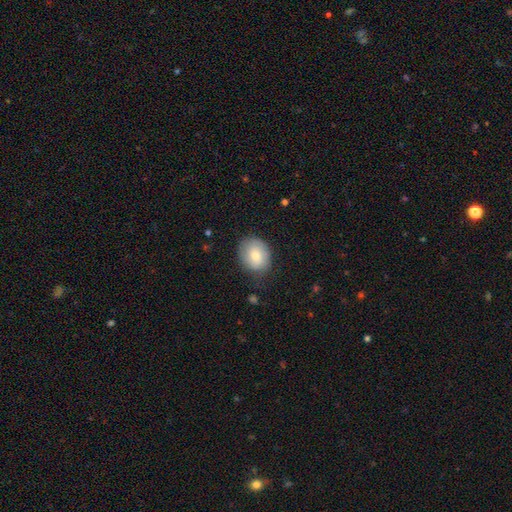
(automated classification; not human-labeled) smooth-or-featured: smooth: 70% | featured or disk: 23% | star or artifact: 7%
  how-rounded: round: 56% | in between: 43% | cigar-shaped: 1%
  merging: none: 74% | minor disturbance: 20% | major disturbance: 5% | merger: 1%